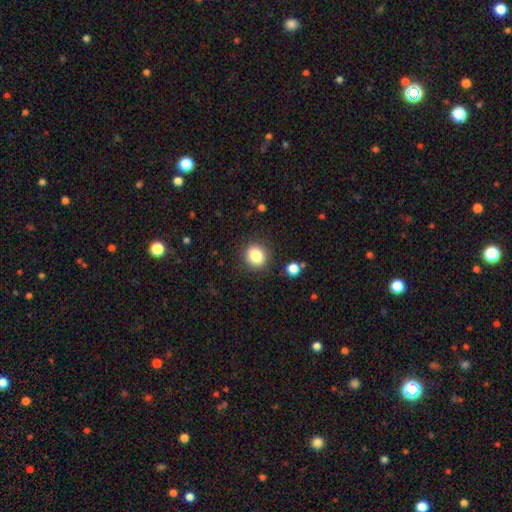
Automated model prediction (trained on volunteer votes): This appears to be a smooth galaxy with no disk features (84%) that is round (71%). Merging: none (87%).